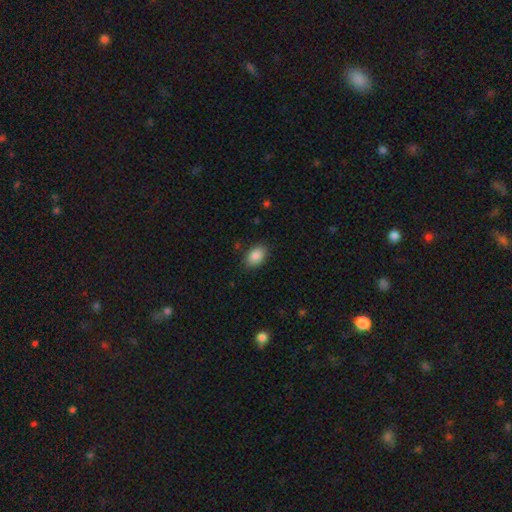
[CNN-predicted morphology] Smooth or featured: smooth — 87% (star or artifact — 8%)
How rounded: in between — 85% (round — 14%)
Merging: none — 85% (minor disturbance — 11%)